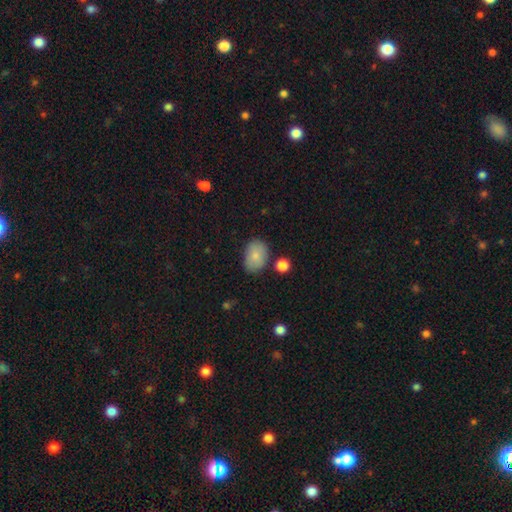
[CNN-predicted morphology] A smooth galaxy with no disk features (82%) that is in between round and cigar-shaped (82%).

Vote fractions:
- Smooth or featured? smooth: 82% / featured or disk: 11% / star or artifact: 7%
- How rounded? in between: 82% / round: 17% / cigar-shaped: 1%
- Merging? none: 73% / minor disturbance: 18% / merger: 5% / major disturbance: 4%